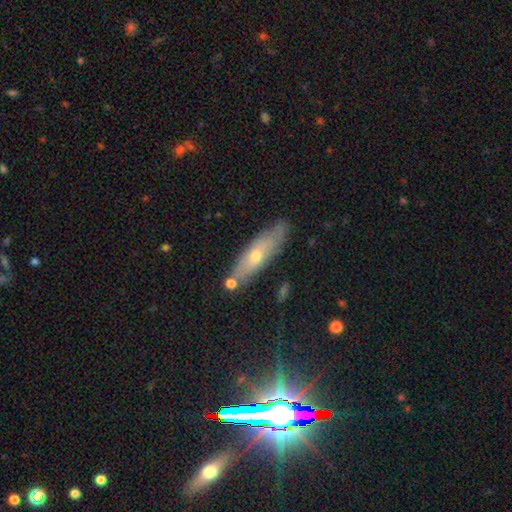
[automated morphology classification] Smooth or featured: featured or disk — 48% (smooth — 41%)
Merging: none — 79% (minor disturbance — 15%)